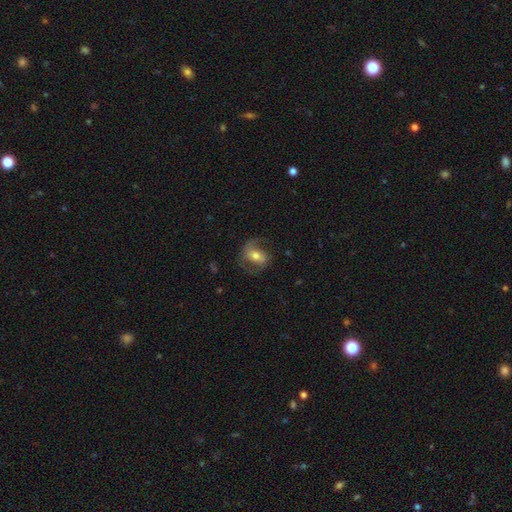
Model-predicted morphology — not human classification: Overall: featured or disk (62%; smooth 31%). Edge-on disk: no (96%). Bar: weak (39%; strong 31%). Spiral arms: yes (82%). Bulge size: moderate (65%). Merging: none (64%).